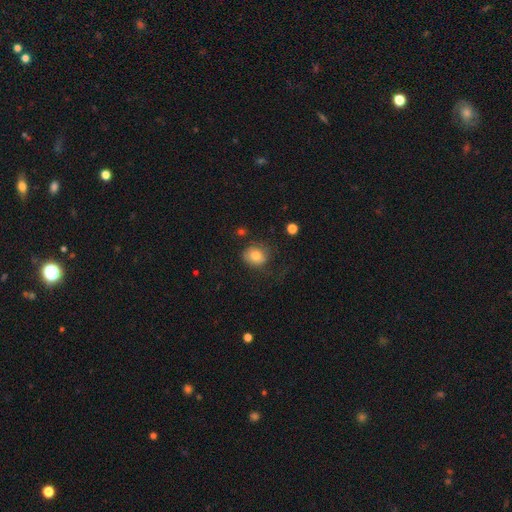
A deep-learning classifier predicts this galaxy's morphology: This appears to be a smooth galaxy with no disk features (77%) that is round (65%). Merging: none (61%).